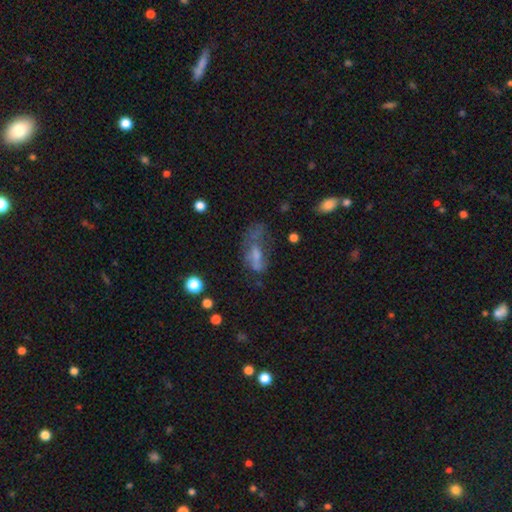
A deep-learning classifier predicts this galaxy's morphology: Smooth or featured?
  - smooth: 47% *
  - featured or disk: 36%
  - star or artifact: 16%
Merging?
  - major disturbance: 43% *
  - none: 26%
  - minor disturbance: 21%
  - merger: 9%